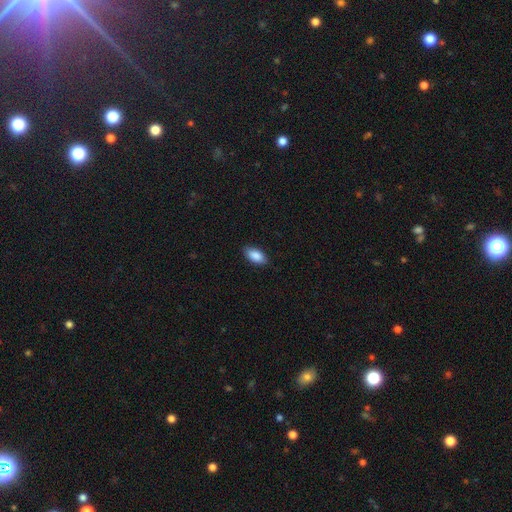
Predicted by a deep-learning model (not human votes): Smooth or featured?
  - smooth: 88% *
  - star or artifact: 6%
  - featured or disk: 6%
How rounded?
  - in between: 92% *
  - cigar-shaped: 5%
  - round: 3%
Merging?
  - none: 86% *
  - minor disturbance: 11%
  - major disturbance: 2%
  - merger: 1%